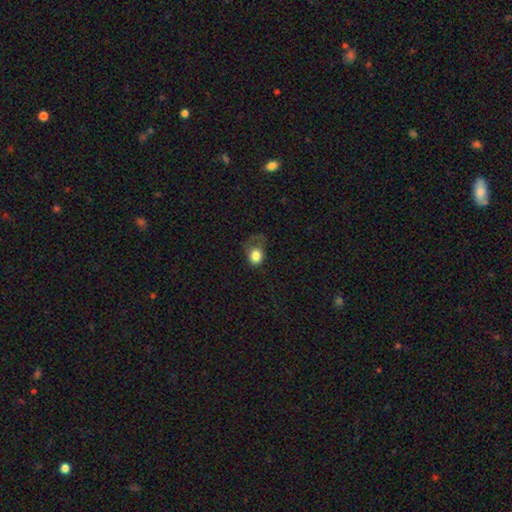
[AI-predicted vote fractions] Overall: smooth (80%). How rounded: round (61%; in between 38%). Merging: major disturbance (39%; none 30%).